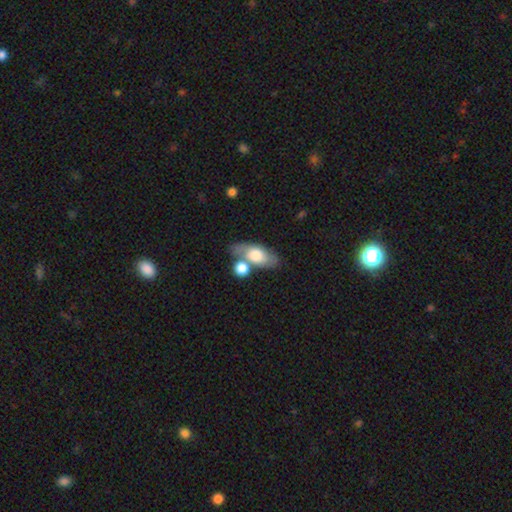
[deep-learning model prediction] A smooth galaxy with no disk features (65%) that is in between round and cigar-shaped (81%). Merging: none (47%).